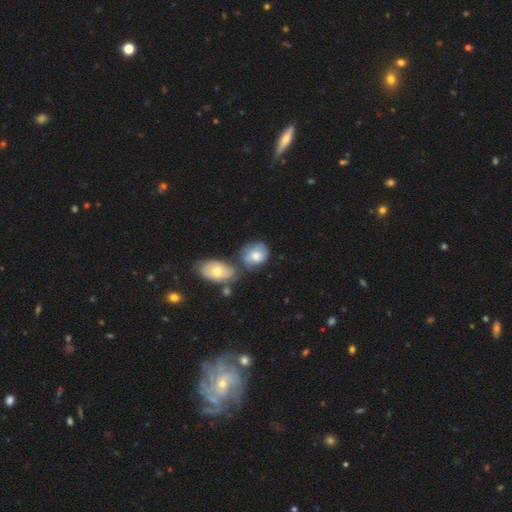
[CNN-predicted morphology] Smooth or featured? Predicted: smooth (p=0.66). How rounded? Predicted: round (p=0.52). Merging? Predicted: none (p=0.38).